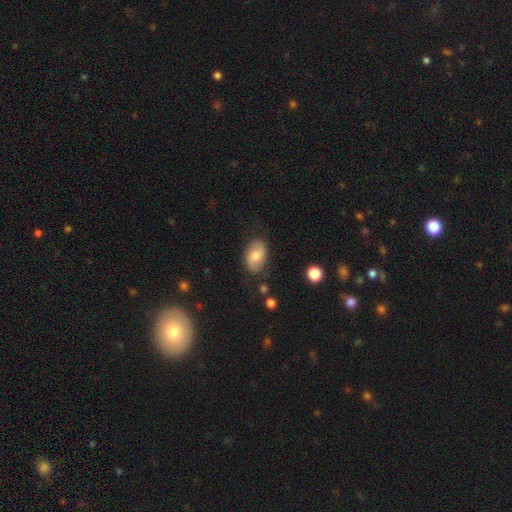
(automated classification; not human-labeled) This is likely a smooth galaxy (65%). How rounded: clearly in between (89%). Merging: likely none (80%).